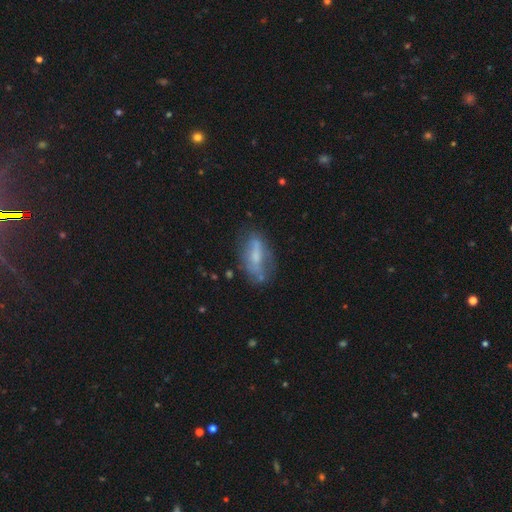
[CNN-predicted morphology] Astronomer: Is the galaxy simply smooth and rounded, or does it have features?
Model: smooth — 46% (runner-up: featured or disk, 45%).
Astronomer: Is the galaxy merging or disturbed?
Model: none — 54%.